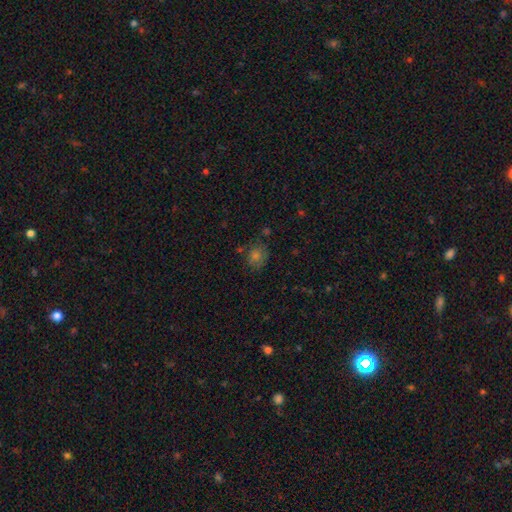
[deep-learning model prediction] A smooth galaxy with no disk features (59%) that is round (70%).

Vote fractions:
- Smooth or featured? smooth: 59% / star or artifact: 25% / featured or disk: 16%
- How rounded? round: 70% / in between: 28% / cigar-shaped: 1%
- Merging? none: 74% / minor disturbance: 16% / major disturbance: 5% / merger: 4%